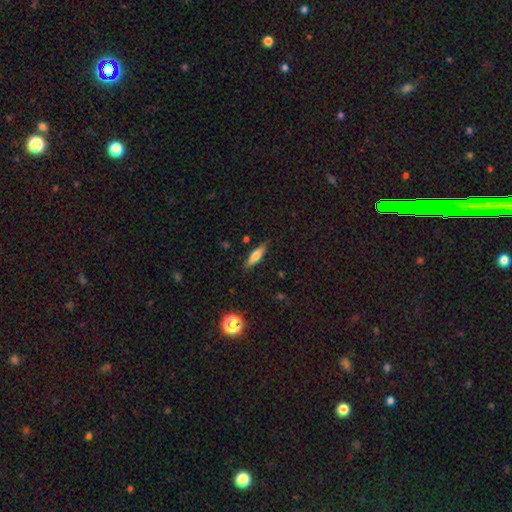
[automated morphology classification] Smooth or featured?
  - smooth: 67% *
  - featured or disk: 25%
  - star or artifact: 8%
How rounded?
  - cigar-shaped: 57% *
  - in between: 41%
  - round: 2%
Merging?
  - none: 84% *
  - minor disturbance: 12%
  - major disturbance: 3%
  - merger: 2%